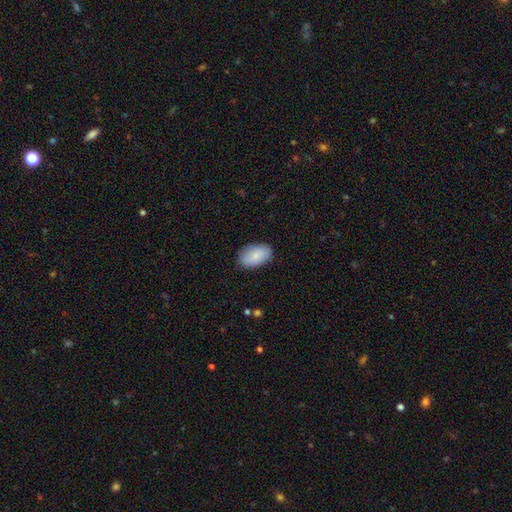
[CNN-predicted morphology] smooth_or_featured: smooth (p=0.84) [alt: featured or disk p=0.10]
how_rounded: in between (p=0.92) [alt: round p=0.06]
merging: none (p=0.84) [alt: minor disturbance p=0.12]